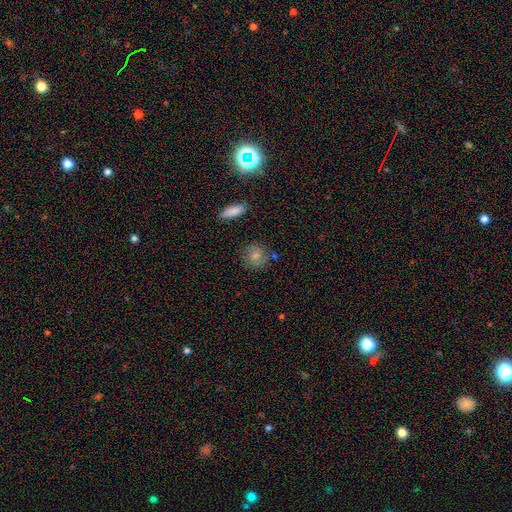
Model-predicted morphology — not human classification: Overall: smooth (75%). How rounded: round (83%). Merging: none (80%).